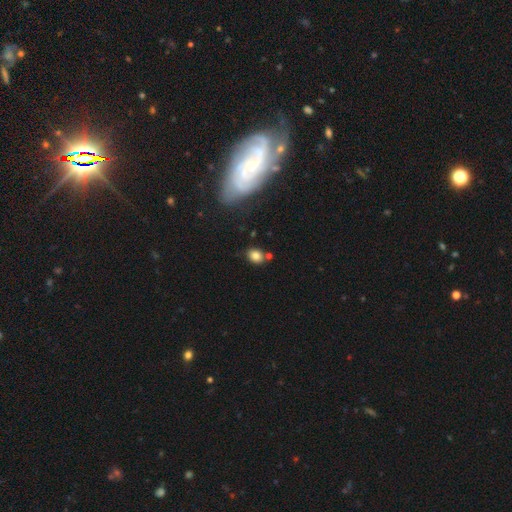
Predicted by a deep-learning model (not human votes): Smooth or featured: smooth — 80% (star or artifact — 11%)
How rounded: in between — 56% (round — 43%)
Merging: none — 70% (minor disturbance — 14%)